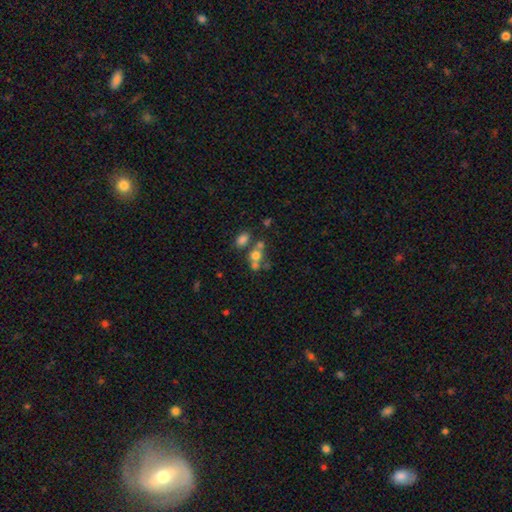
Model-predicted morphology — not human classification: smooth_or_featured: smooth (p=0.63) [alt: featured or disk p=0.20]
how_rounded: round (p=0.63) [alt: in between p=0.36]
merging: merger (p=0.44) [alt: none p=0.41]